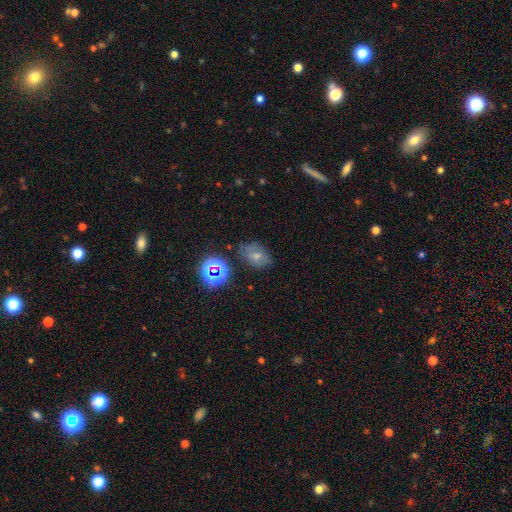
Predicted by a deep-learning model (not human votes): This is likely a smooth galaxy (60%). How rounded: likely in between (74%). Merging: likely none (65%).